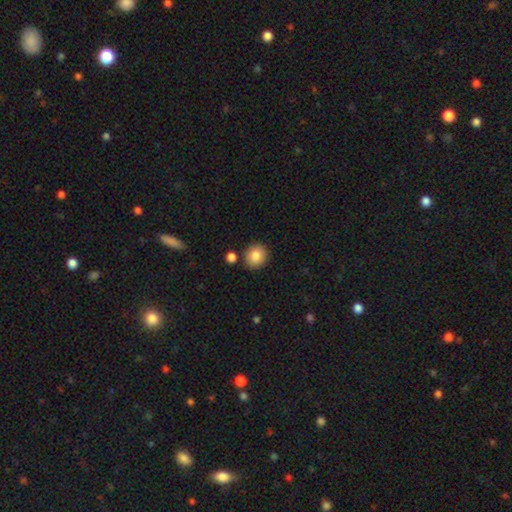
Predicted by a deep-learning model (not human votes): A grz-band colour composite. It shows a smooth galaxy with no disk features (84%) that is round (85%). Merging: none (85%).